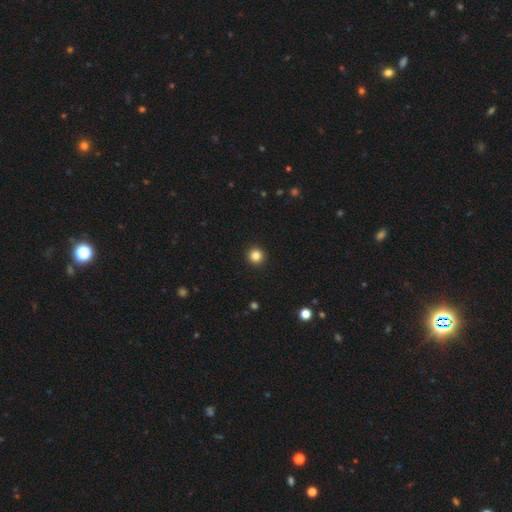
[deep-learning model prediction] Smooth or featured: smooth — 84% (star or artifact — 11%)
How rounded: round — 95% (in between — 4%)
Merging: none — 94% (minor disturbance — 4%)